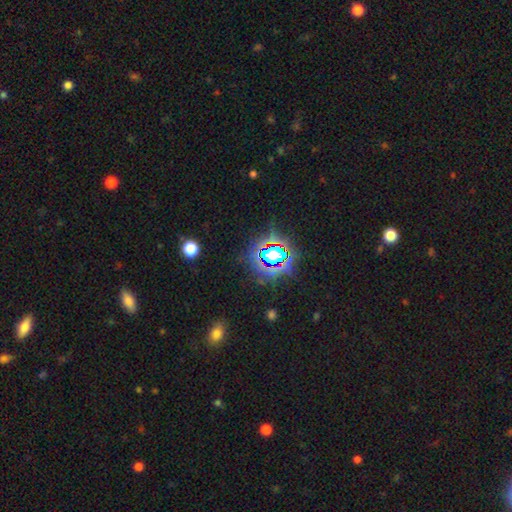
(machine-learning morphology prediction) Q: Smooth or featured?
A: star or artifact (78%); runner-up: smooth (14%)